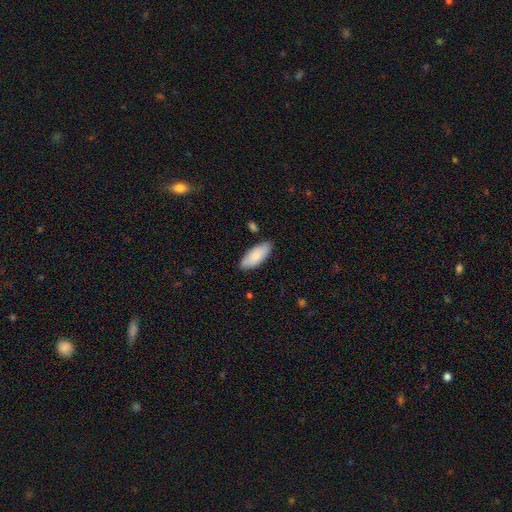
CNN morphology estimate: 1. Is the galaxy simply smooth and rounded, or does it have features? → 85% smooth, 10% featured or disk, 5% star or artifact.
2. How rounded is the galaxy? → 82% in between, 16% cigar-shaped, 2% round.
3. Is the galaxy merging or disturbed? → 82% none, 13% minor disturbance, 2% major disturbance, 2% merger.